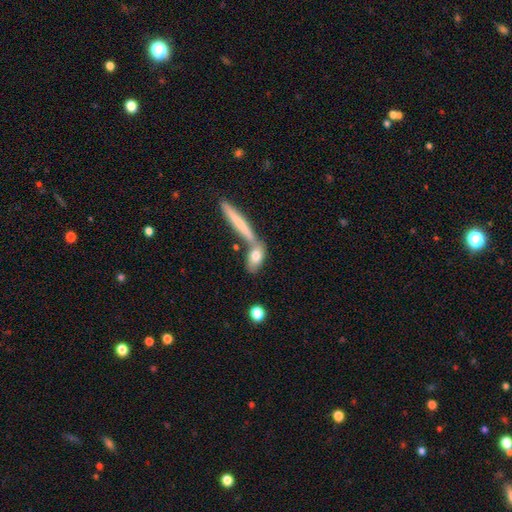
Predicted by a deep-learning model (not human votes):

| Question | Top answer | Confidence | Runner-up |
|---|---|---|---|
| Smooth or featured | smooth | 73% | featured or disk (21%) |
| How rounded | in between | 64% | cigar-shaped (29%) |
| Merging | none | 49% | merger (34%) |